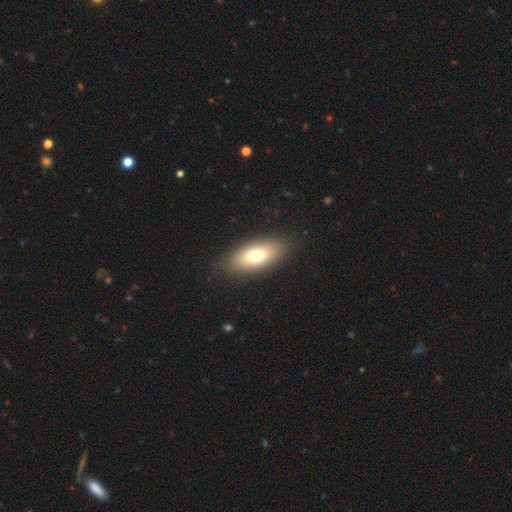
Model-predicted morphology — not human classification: A smooth galaxy with no disk features (72%) that is in between round and cigar-shaped (83%). Merging: none (86%).